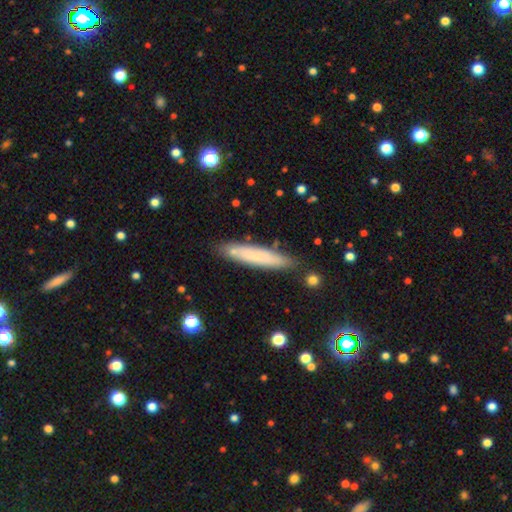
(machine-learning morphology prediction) Smooth or featured?
  - smooth: 64% *
  - featured or disk: 28%
  - star or artifact: 8%
How rounded?
  - cigar-shaped: 90% *
  - in between: 8%
  - round: 1%
Merging?
  - none: 85% *
  - minor disturbance: 11%
  - merger: 2%
  - major disturbance: 2%